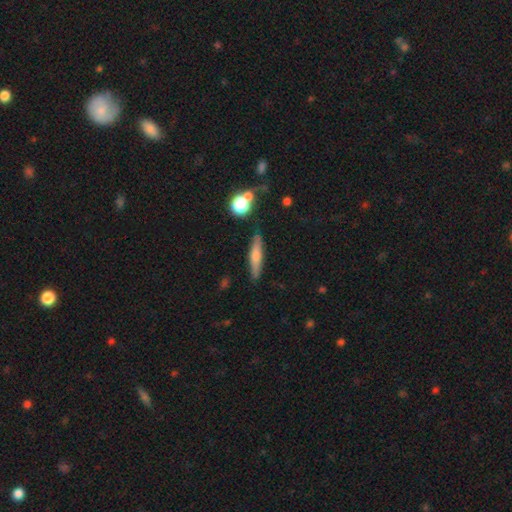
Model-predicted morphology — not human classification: A featured or disk galaxy (45%, tied with smooth). Merging: none (85%).